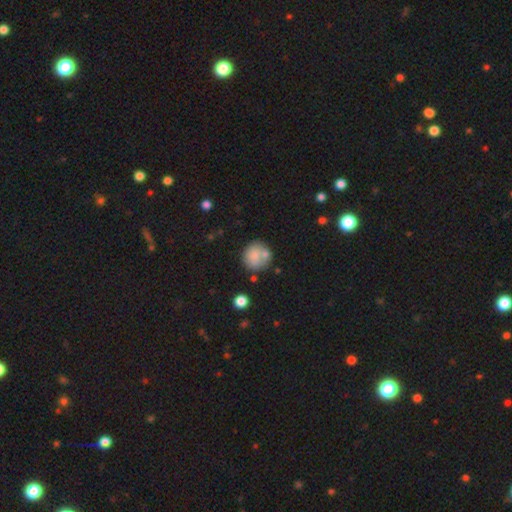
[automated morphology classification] The model was most divided on "merging": none: 63%, merger: 17%, minor disturbance: 15%, major disturbance: 5%. More confident: how rounded — round (89%); smooth or featured — smooth (76%).